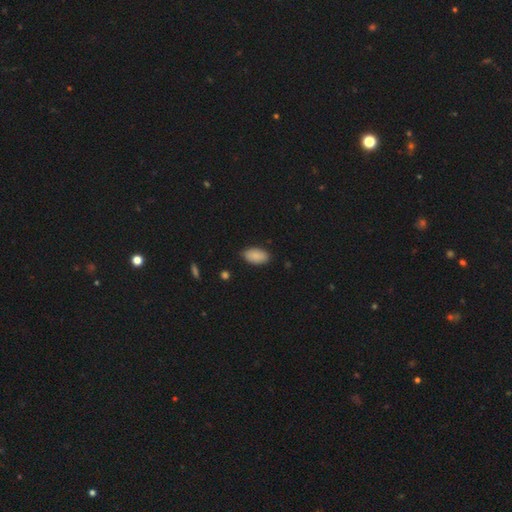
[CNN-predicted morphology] smooth-or-featured: smooth: 89% | star or artifact: 7% | featured or disk: 5%
  how-rounded: in between: 94% | round: 3% | cigar-shaped: 2%
  merging: none: 85% | minor disturbance: 12% | major disturbance: 2% | merger: 1%